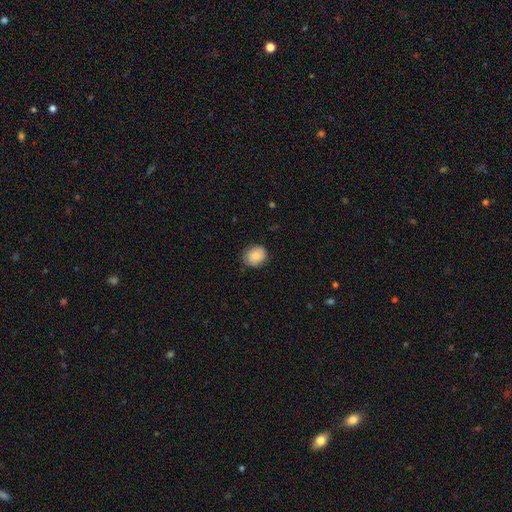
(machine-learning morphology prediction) The model was most divided on "how rounded": round: 59%, in between: 40%, cigar-shaped: 1%. More confident: smooth or featured — smooth (85%); merging — none (81%).